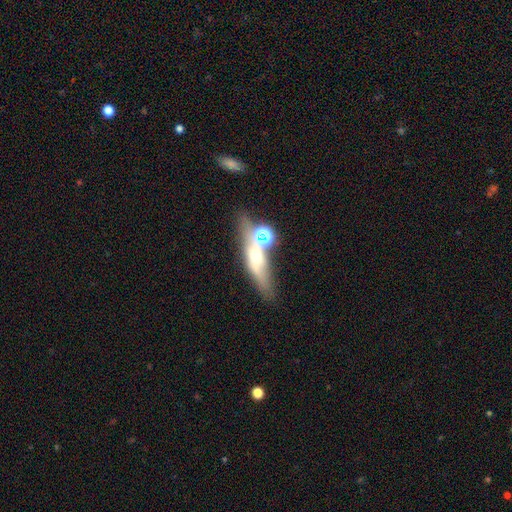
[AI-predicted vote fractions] A featured or disk galaxy (48%). Merging: none (46%).